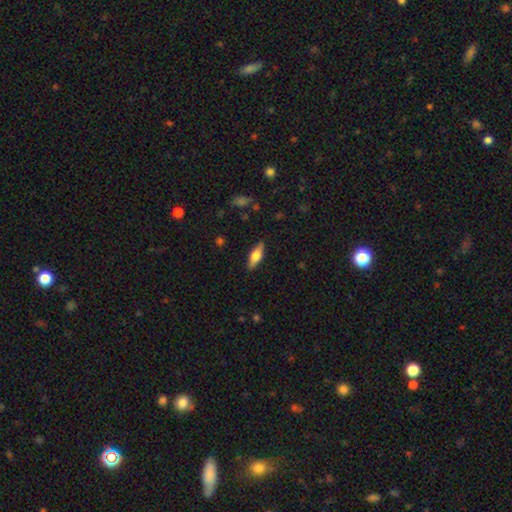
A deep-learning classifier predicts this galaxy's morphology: A smooth galaxy with no disk features (48%).

Vote fractions:
- Smooth or featured? smooth: 48% / featured or disk: 46% / star or artifact: 6%
- Merging? none: 88% / minor disturbance: 9% / major disturbance: 2% / merger: 1%